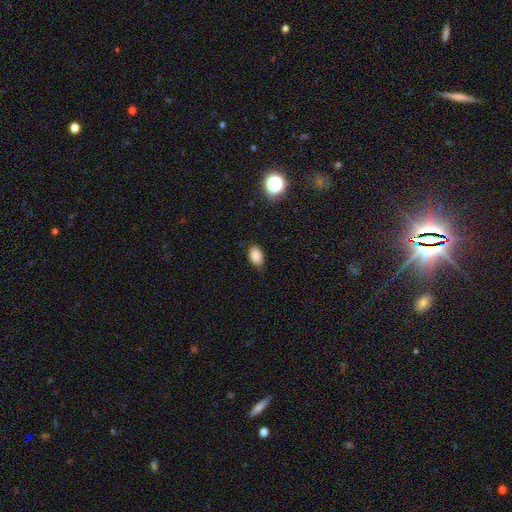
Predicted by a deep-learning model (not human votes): A smooth galaxy with no disk features (86%) that is in between round and cigar-shaped (85%).

Vote fractions:
- Smooth or featured? smooth: 86% / star or artifact: 10% / featured or disk: 4%
- How rounded? in between: 85% / round: 13% / cigar-shaped: 1%
- Merging? none: 78% / minor disturbance: 18% / major disturbance: 3% / merger: 1%